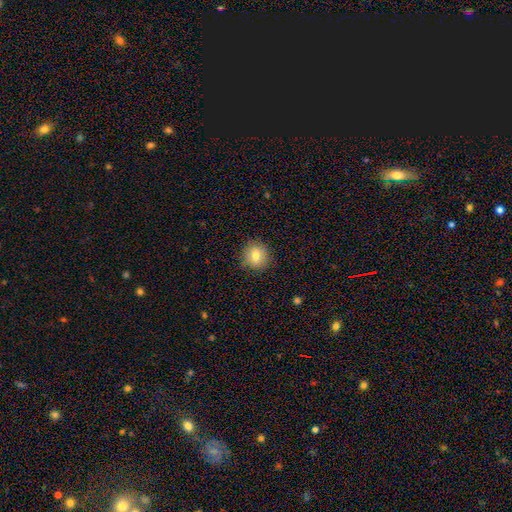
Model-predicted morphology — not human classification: Q: Smooth or featured?
A: smooth (77%); runner-up: featured or disk (13%)
Q: How rounded?
A: round (85%); runner-up: in between (14%)
Q: Merging?
A: none (87%); runner-up: minor disturbance (9%)